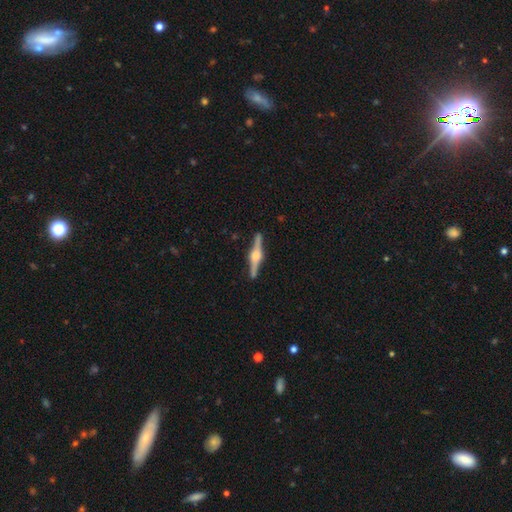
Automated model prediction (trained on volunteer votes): Smooth or featured?
  - featured or disk: 85% *
  - smooth: 10%
  - star or artifact: 5%
Edge-on disk?
  - yes: 98% *
  - no: 2%
Edge-on bulge?
  - rounded: 94% *
  - boxy: 4%
  - none: 1%
Merging?
  - none: 91% *
  - minor disturbance: 7%
  - major disturbance: 1%
  - merger: 1%